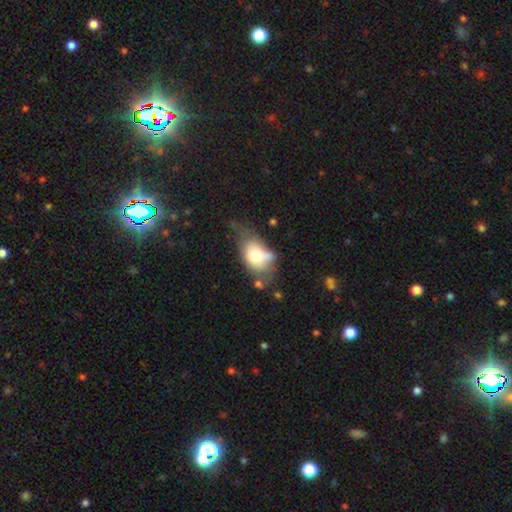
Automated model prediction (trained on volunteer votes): A smooth galaxy with no disk features (63%) that is in between round and cigar-shaped (82%).

Vote fractions:
- Smooth or featured? smooth: 63% / featured or disk: 29% / star or artifact: 8%
- How rounded? in between: 82% / round: 16% / cigar-shaped: 2%
- Merging? major disturbance: 34% / minor disturbance: 29% / none: 21% / merger: 15%